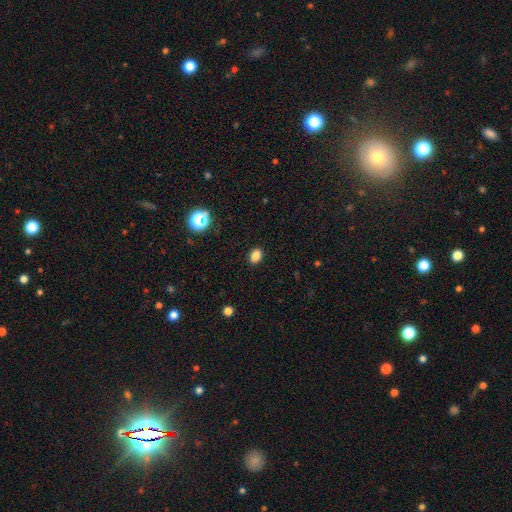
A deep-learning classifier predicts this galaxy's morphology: Smooth or featured? Predicted: smooth (p=0.84). How rounded? Predicted: in between (p=0.74). Merging? Predicted: none (p=0.89).